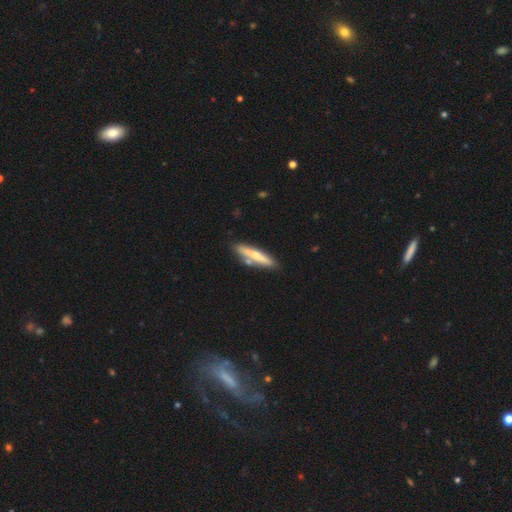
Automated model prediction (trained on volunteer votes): Smooth or featured? smooth (51%)
How rounded? cigar-shaped (87%)
Merging? none (76%)